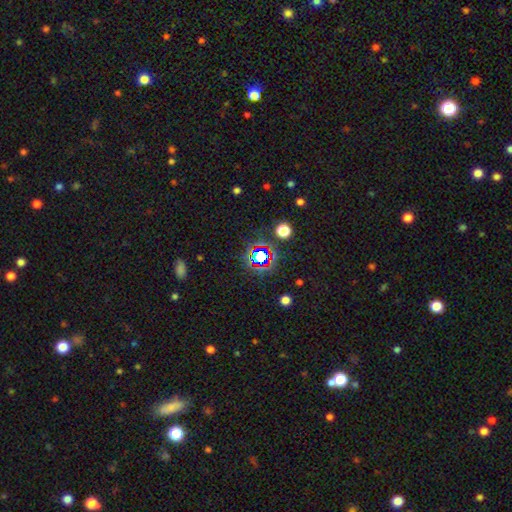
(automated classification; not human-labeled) Q: Smooth or featured?
A: star or artifact (73%); runner-up: smooth (17%)